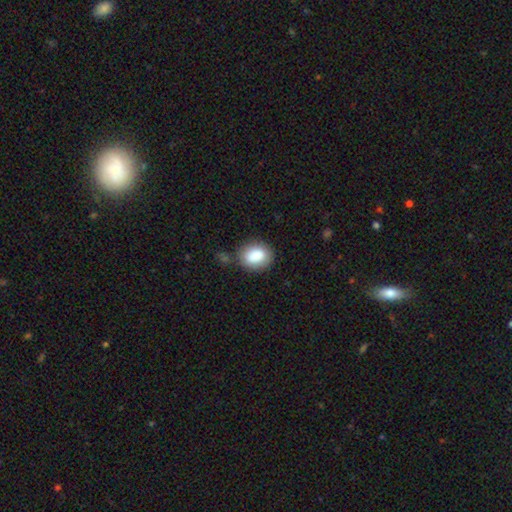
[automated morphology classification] A smooth galaxy with no disk features (87%) that is in between round and cigar-shaped (58%). Merging: none (71%).